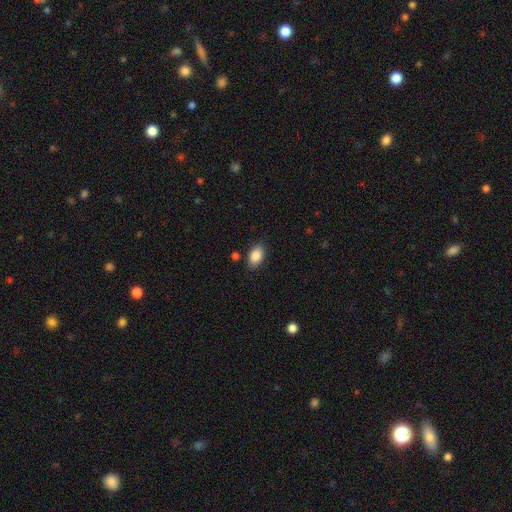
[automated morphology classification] smooth_or_featured: smooth (p=0.87) [alt: star or artifact p=0.08]
how_rounded: in between (p=0.89) [alt: round p=0.09]
merging: none (p=0.84) [alt: minor disturbance p=0.11]